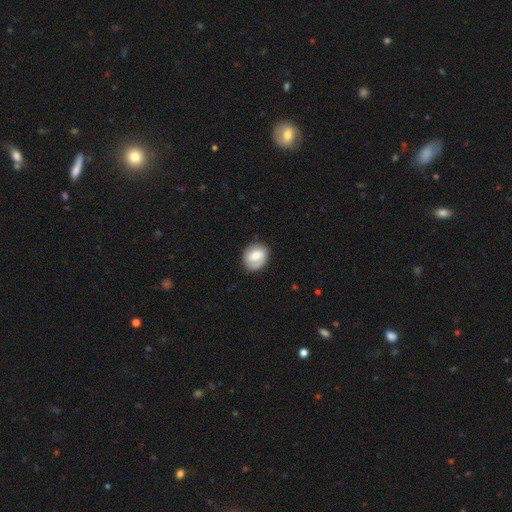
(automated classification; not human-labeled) smooth-or-featured: smooth: 59% | featured or disk: 34% | star or artifact: 7%
  how-rounded: round: 67% | in between: 32% | cigar-shaped: 1%
  merging: none: 80% | minor disturbance: 15% | major disturbance: 4% | merger: 1%